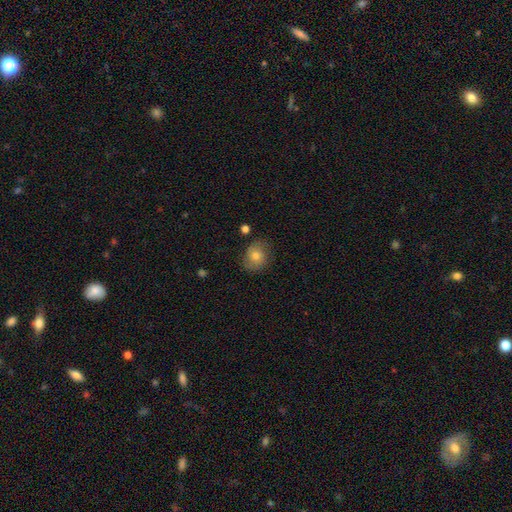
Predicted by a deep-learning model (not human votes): Smooth or featured? Predicted: smooth (p=0.69). How rounded? Predicted: round (p=0.70). Merging? Predicted: none (p=0.75).